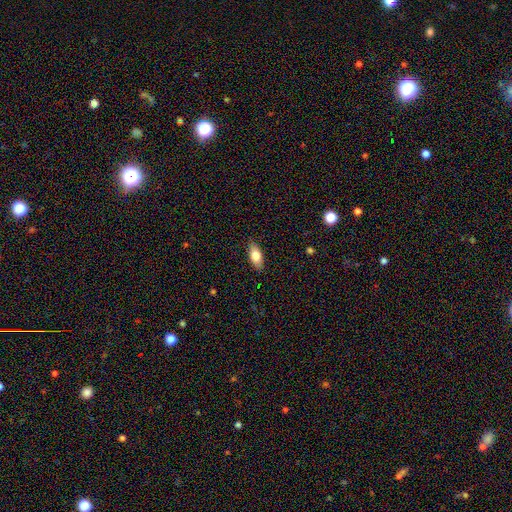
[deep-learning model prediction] Q: Smooth or featured?
A: smooth (80%); runner-up: featured or disk (14%)
Q: How rounded?
A: in between (85%); runner-up: cigar-shaped (12%)
Q: Merging?
A: none (87%); runner-up: minor disturbance (10%)